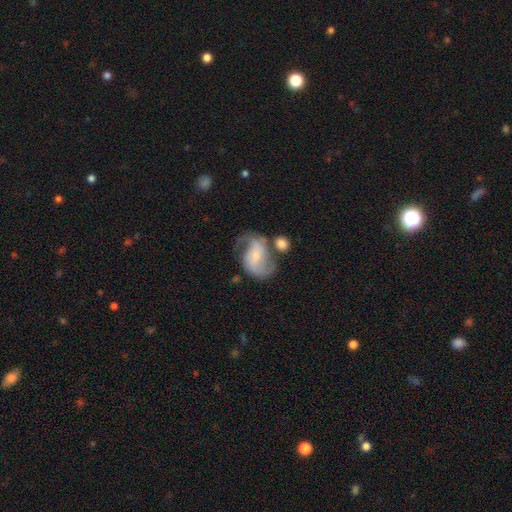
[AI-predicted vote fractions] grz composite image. It shows a featured or disk galaxy (80%) with a weak bar (42%), 2 (86%) medium (45%) spiral arms (93%) and a small central bulge (65%). Merging: none (52%).